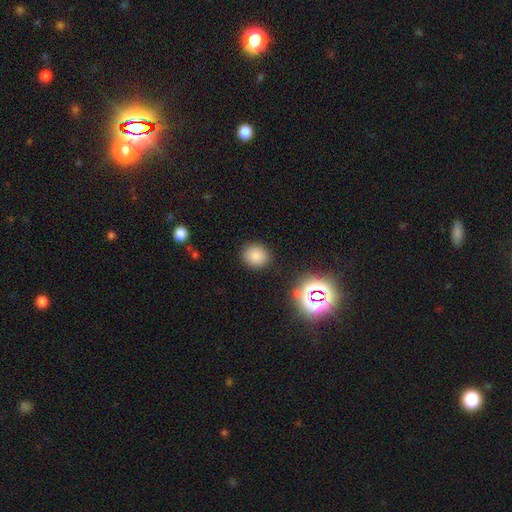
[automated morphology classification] smooth-or-featured: smooth: 81% | star or artifact: 14% | featured or disk: 5%
  how-rounded: round: 76% | in between: 23% | cigar-shaped: 1%
  merging: none: 88% | minor disturbance: 8% | major disturbance: 3% | merger: 2%